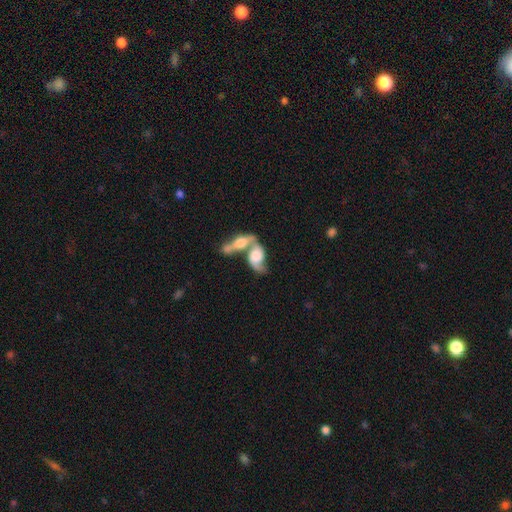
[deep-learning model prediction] featured or disk 66%, smooth 27%, star or artifact 7%. Down the decision tree: edge-on disk — no (87%); bar — no (66%); spiral arms — yes (82%); bulge size — large (40%); merging — merger (74%).